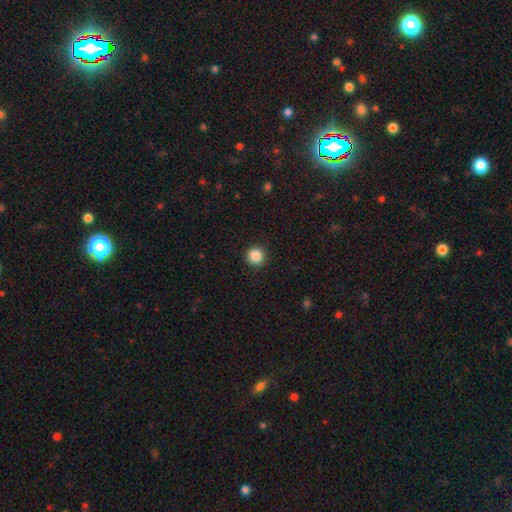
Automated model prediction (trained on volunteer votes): Morphology: type=smooth (86%); roundness=round (94%); merging=none (92%).